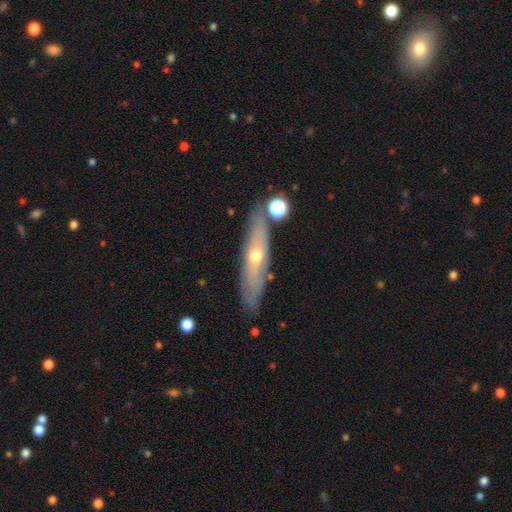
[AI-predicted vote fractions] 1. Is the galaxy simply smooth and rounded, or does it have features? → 62% featured or disk, 30% smooth, 8% star or artifact.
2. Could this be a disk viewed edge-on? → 57% yes, 43% no.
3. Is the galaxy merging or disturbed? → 79% none, 13% minor disturbance, 5% merger, 3% major disturbance.